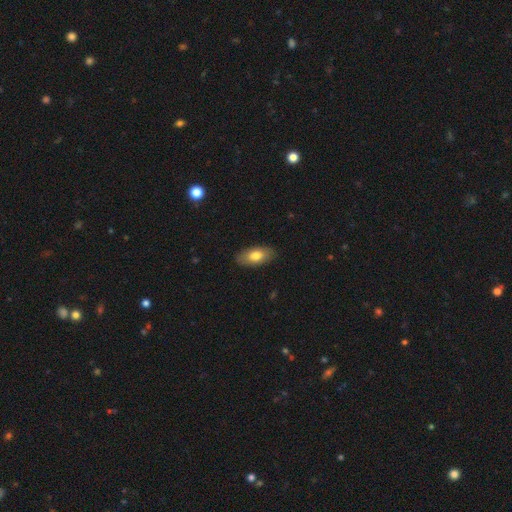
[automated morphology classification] type=smooth (77%); roundness=in between (90%); merging=none (86%).